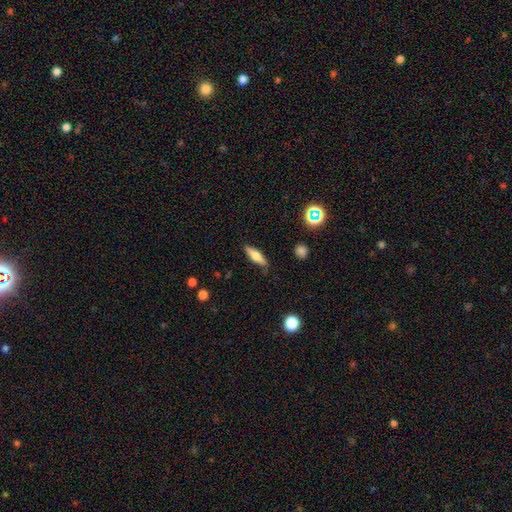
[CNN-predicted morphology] Smooth or featured? Predicted: smooth (p=0.56). How rounded? Predicted: cigar-shaped (p=0.58). Merging? Predicted: none (p=0.84).